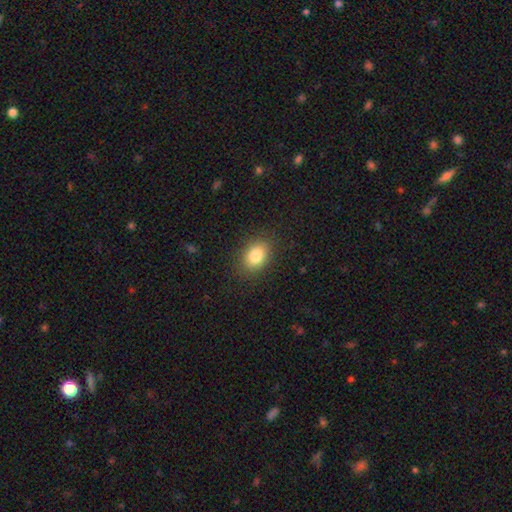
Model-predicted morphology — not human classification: The model was most divided on "how rounded": in between: 71%, round: 28%, cigar-shaped: 1%. More confident: merging — none (87%); smooth or featured — smooth (83%).